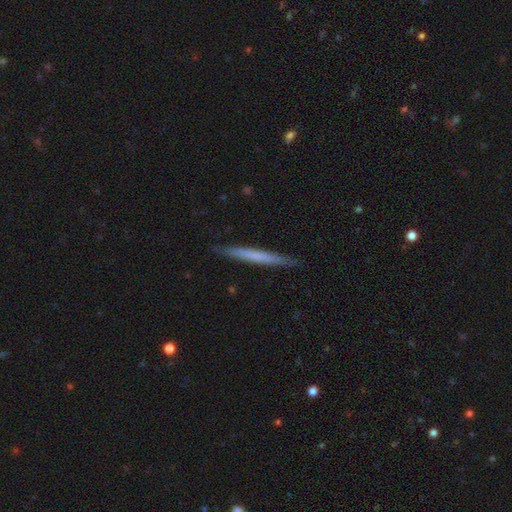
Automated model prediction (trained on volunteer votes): A smooth galaxy with no disk features (56%) that is cigar-shaped (97%). Merging: none (90%).